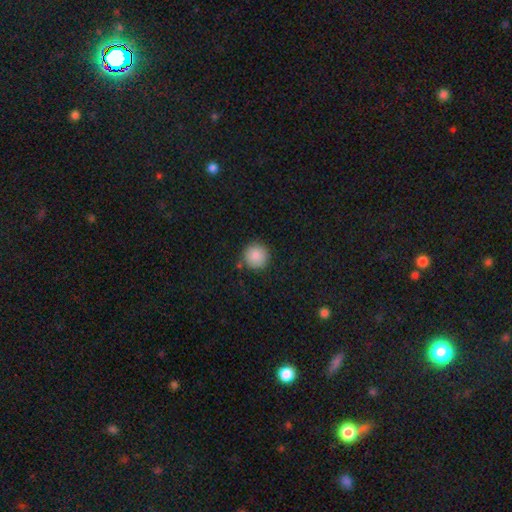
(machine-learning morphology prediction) This is clearly a smooth galaxy (87%). How rounded: clearly round (95%). Merging: clearly none (83%).